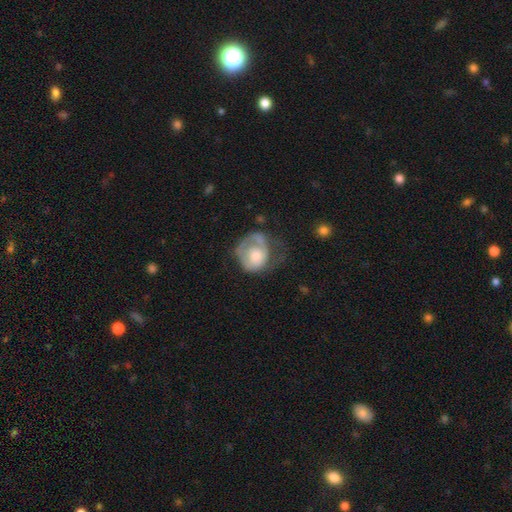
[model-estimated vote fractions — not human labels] smooth_or_featured: smooth (p=0.47) [alt: featured or disk p=0.46]
merging: major disturbance (p=0.38) [alt: none p=0.32]